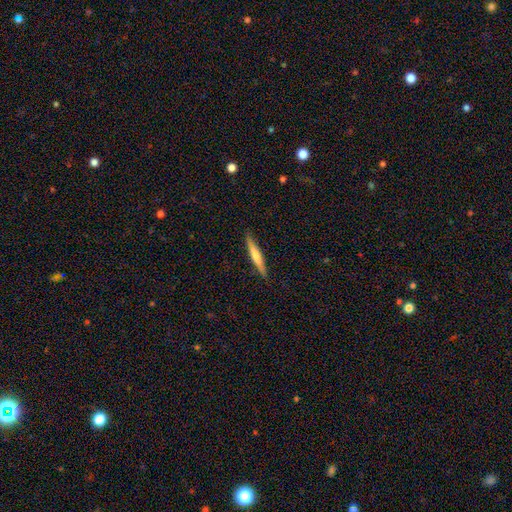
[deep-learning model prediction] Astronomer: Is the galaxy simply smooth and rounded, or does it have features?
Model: smooth — 51% (runner-up: featured or disk, 44%).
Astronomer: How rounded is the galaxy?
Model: cigar-shaped — 94%.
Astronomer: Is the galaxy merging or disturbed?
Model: none — 90%.